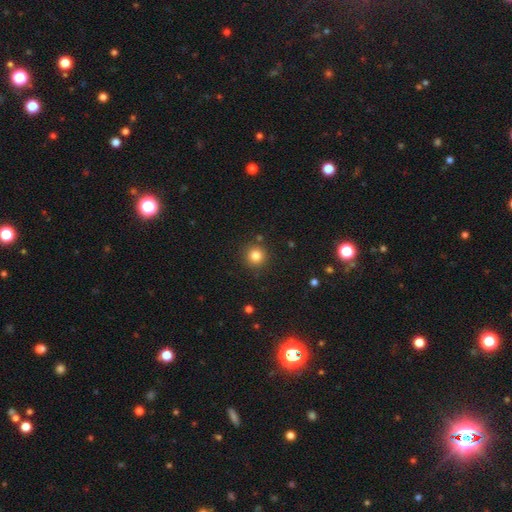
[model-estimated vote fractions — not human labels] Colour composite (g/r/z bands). It shows a smooth galaxy with no disk features (83%) that is round (94%). Merging: none (88%).